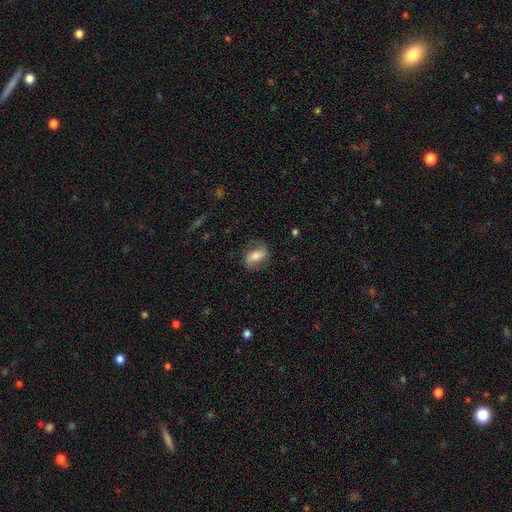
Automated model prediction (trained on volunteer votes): Smooth or featured? Predicted: featured or disk (p=0.50). Edge-on disk? Predicted: no (p=0.93). Merging? Predicted: none (p=0.75).